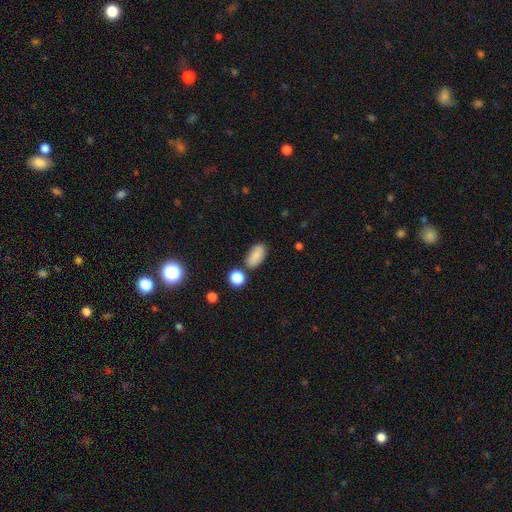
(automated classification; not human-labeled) Smooth or featured?
  - smooth: 84% *
  - star or artifact: 9%
  - featured or disk: 7%
How rounded?
  - in between: 90% *
  - round: 6%
  - cigar-shaped: 5%
Merging?
  - none: 77% *
  - minor disturbance: 13%
  - merger: 6%
  - major disturbance: 3%